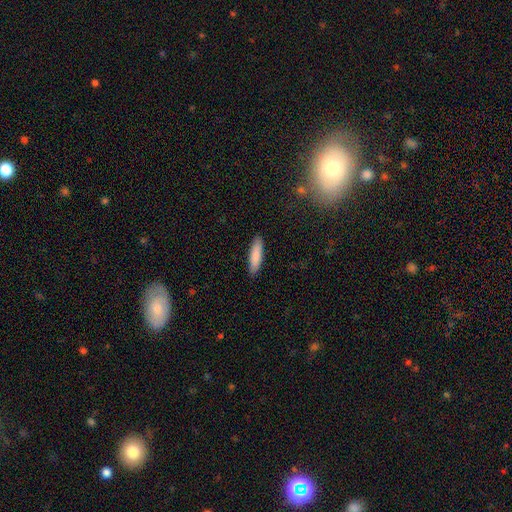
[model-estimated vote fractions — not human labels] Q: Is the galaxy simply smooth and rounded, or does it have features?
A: smooth — 86%.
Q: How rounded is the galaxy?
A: cigar-shaped — 67%.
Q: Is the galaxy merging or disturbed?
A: none — 90%.